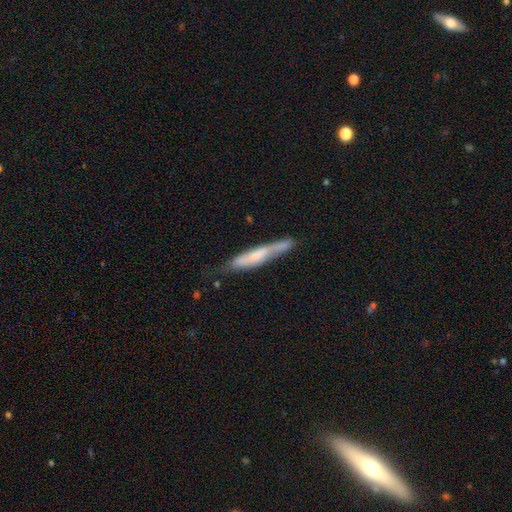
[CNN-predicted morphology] smooth_or_featured: smooth (p=0.53) [alt: featured or disk p=0.41]
how_rounded: cigar-shaped (p=0.91) [alt: in between p=0.08]
merging: none (p=0.59) [alt: minor disturbance p=0.29]